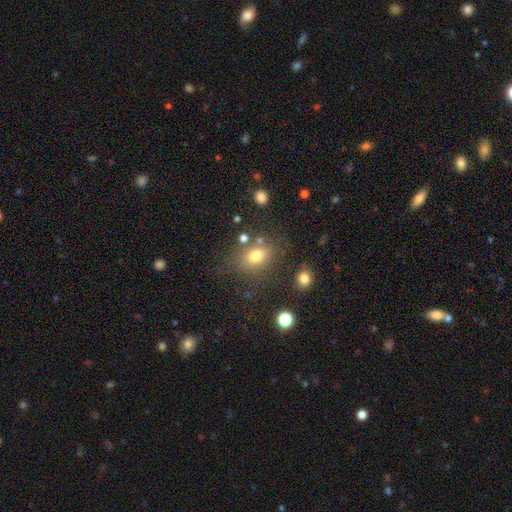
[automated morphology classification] A smooth galaxy with no disk features (74%) that is in between round and cigar-shaped (58%).

Vote fractions:
- Smooth or featured? smooth: 74% / star or artifact: 15% / featured or disk: 11%
- How rounded? in between: 58% / round: 41% / cigar-shaped: 1%
- Merging? none: 69% / minor disturbance: 15% / merger: 8% / major disturbance: 8%